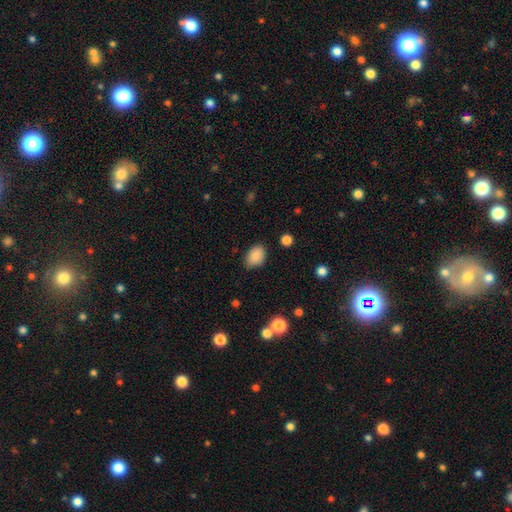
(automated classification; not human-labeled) smooth-or-featured: smooth: 88% | star or artifact: 8% | featured or disk: 4%
  how-rounded: in between: 80% | round: 19% | cigar-shaped: 1%
  merging: none: 80% | minor disturbance: 15% | major disturbance: 3% | merger: 1%